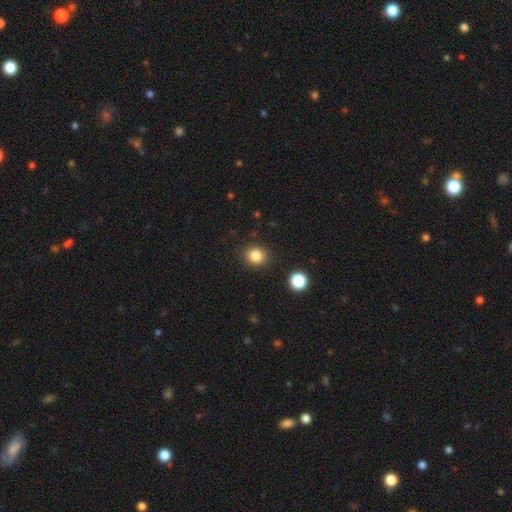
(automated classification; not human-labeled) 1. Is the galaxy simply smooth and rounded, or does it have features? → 84% smooth, 11% star or artifact, 5% featured or disk.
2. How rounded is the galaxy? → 81% round, 18% in between, 1% cigar-shaped.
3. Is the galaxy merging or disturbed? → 88% none, 7% minor disturbance, 2% major disturbance, 2% merger.